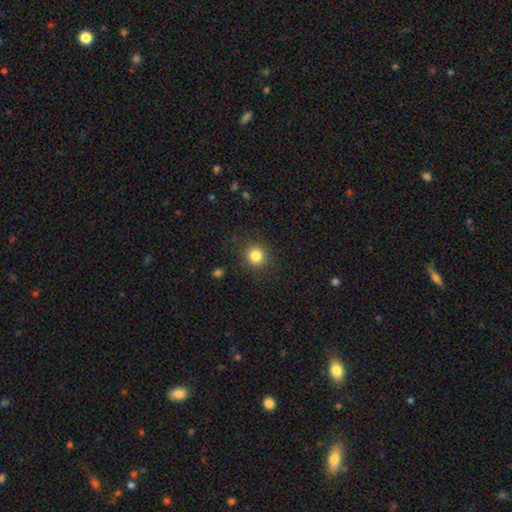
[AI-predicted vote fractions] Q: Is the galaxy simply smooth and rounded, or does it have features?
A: smooth — 83%.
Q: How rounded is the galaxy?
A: round — 90%.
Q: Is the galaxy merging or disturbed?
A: none — 89%.